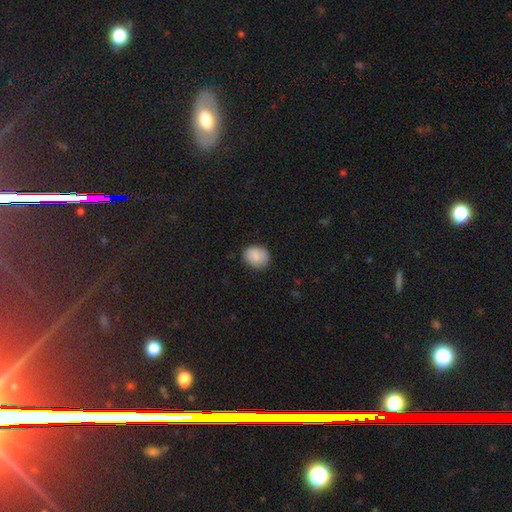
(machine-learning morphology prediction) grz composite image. It shows a smooth galaxy with no disk features (82%) that is round (55%). Merging: none (80%).